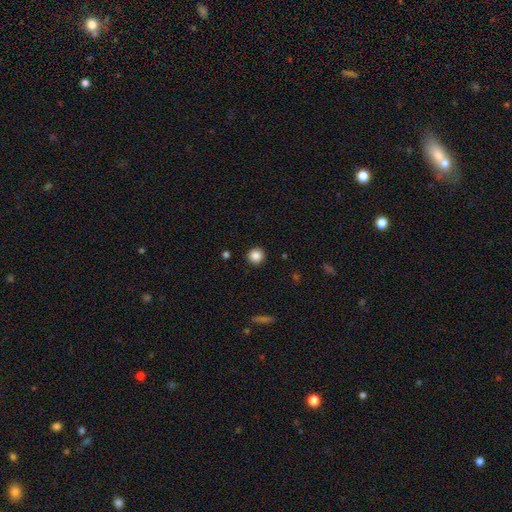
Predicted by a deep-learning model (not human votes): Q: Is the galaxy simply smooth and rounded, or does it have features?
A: smooth — 86%.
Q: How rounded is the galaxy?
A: round — 95%.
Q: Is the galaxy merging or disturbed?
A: none — 92%.